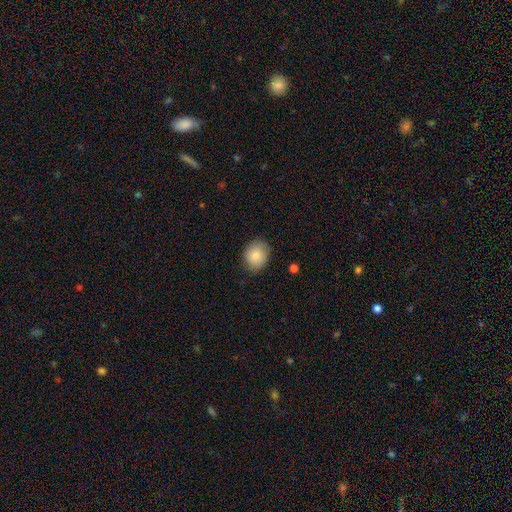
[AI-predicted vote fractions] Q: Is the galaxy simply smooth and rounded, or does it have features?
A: smooth — 86%.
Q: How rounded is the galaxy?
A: round — 57%.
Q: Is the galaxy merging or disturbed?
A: none — 81%.